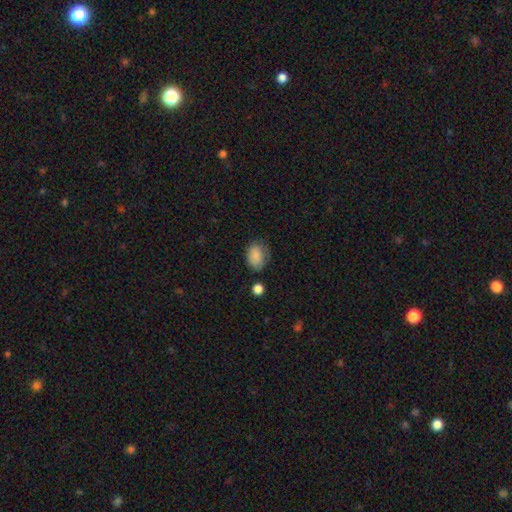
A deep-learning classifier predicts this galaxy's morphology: Smooth or featured? Predicted: smooth (p=0.86). How rounded? Predicted: in between (p=0.74). Merging? Predicted: none (p=0.65).